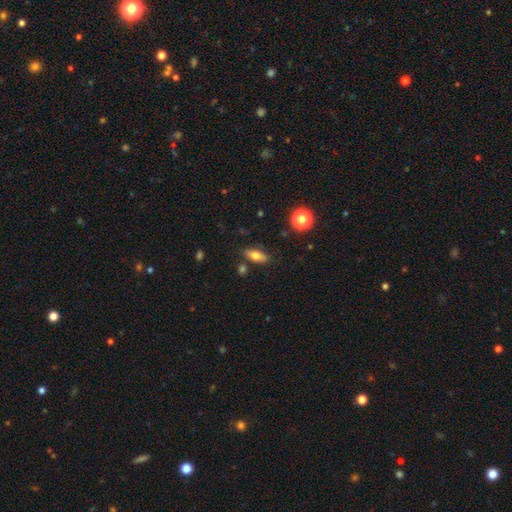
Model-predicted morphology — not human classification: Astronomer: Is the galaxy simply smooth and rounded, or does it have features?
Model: smooth — 67%.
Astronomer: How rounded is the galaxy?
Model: in between — 69%.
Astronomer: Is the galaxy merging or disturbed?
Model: none — 81%.